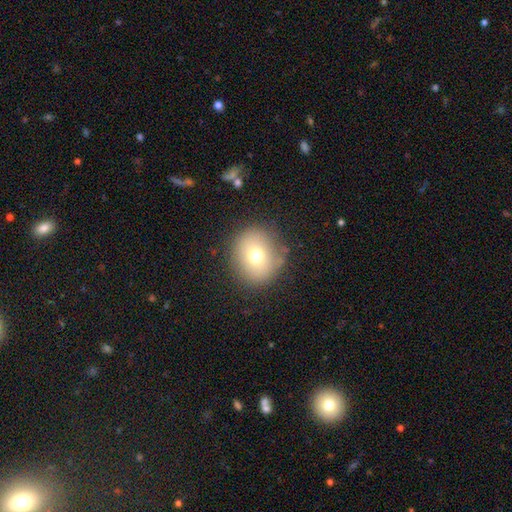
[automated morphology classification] smooth-or-featured: smooth: 70% | featured or disk: 16% | star or artifact: 14%
  how-rounded: round: 80% | in between: 19% | cigar-shaped: 1%
  merging: none: 83% | minor disturbance: 11% | major disturbance: 5% | merger: 1%